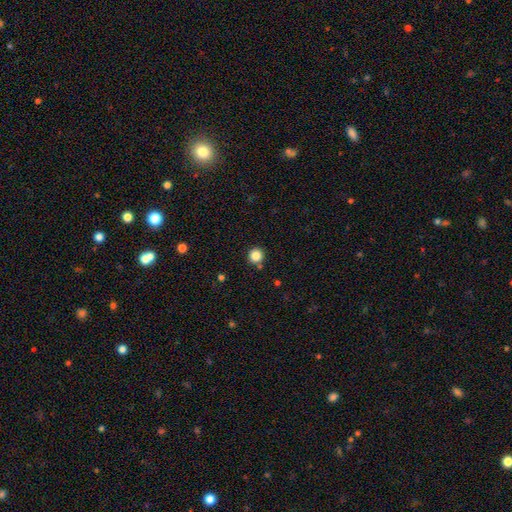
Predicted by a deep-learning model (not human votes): Smooth or featured? Predicted: smooth (p=0.84). How rounded? Predicted: round (p=0.95). Merging? Predicted: none (p=0.87).